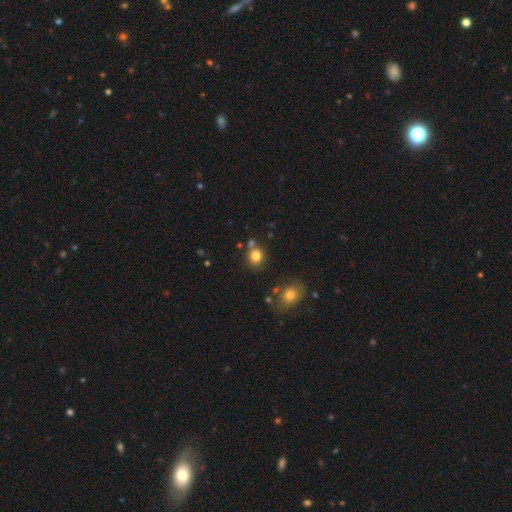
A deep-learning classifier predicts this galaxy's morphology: Smooth or featured? smooth (82%)
How rounded? round (84%)
Merging? none (75%)